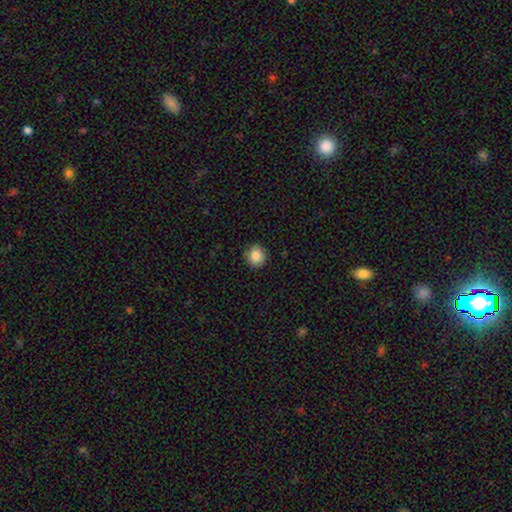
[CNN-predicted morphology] Smooth or featured? smooth (86%)
How rounded? round (90%)
Merging? none (89%)